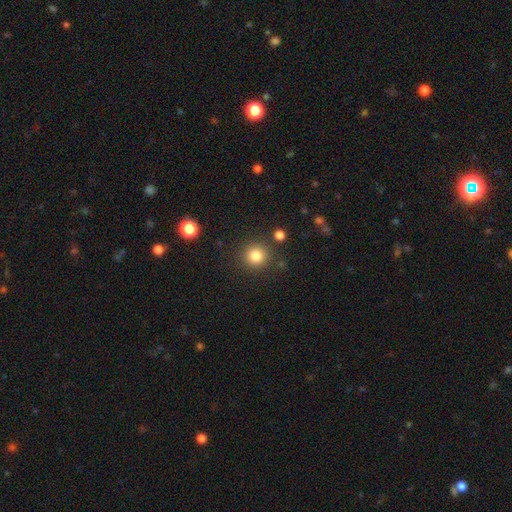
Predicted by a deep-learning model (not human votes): Smooth or featured: smooth — 83% (star or artifact — 12%)
How rounded: round — 93% (in between — 6%)
Merging: none — 87% (minor disturbance — 7%)